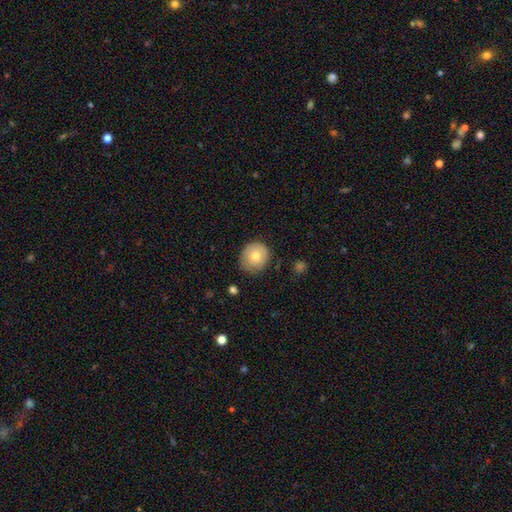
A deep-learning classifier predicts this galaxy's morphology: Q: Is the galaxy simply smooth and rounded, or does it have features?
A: smooth — 75%.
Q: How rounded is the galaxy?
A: round — 84%.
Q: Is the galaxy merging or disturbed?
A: none — 75%.